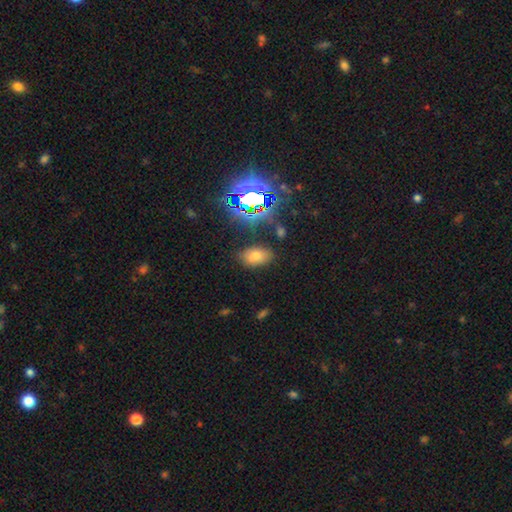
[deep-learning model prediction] Morphology: type=smooth (60%); roundness=in between (90%); merging=none (82%).